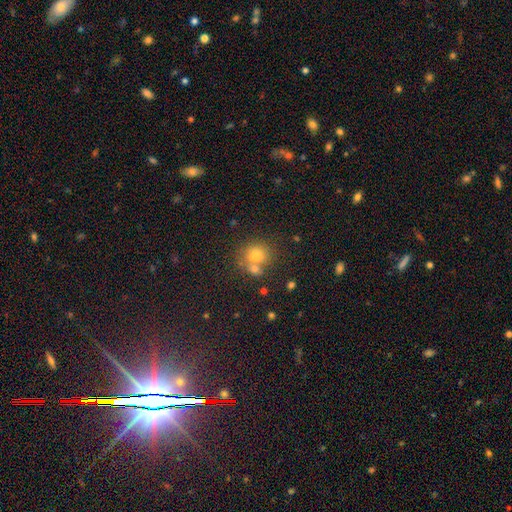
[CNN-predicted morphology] Smooth or featured: smooth — 73% (star or artifact — 17%)
How rounded: round — 80% (in between — 19%)
Merging: none — 56% (merger — 31%)